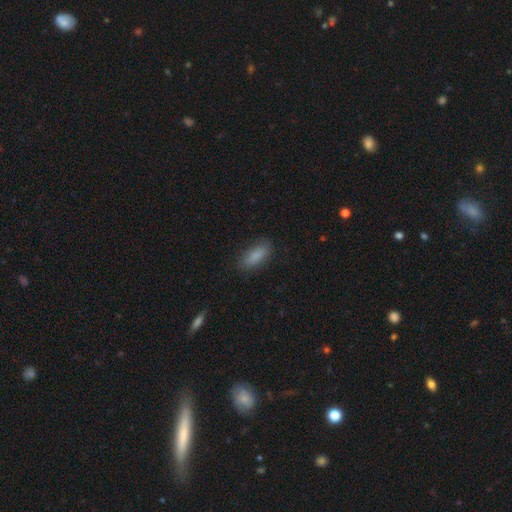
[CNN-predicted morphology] Smooth or featured? smooth (85%)
How rounded? in between (74%)
Merging? none (83%)